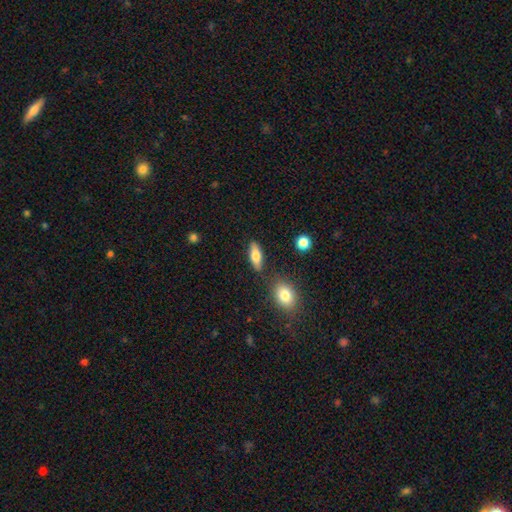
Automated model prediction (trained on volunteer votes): Smooth or featured? smooth (71%)
How rounded? in between (70%)
Merging? none (81%)